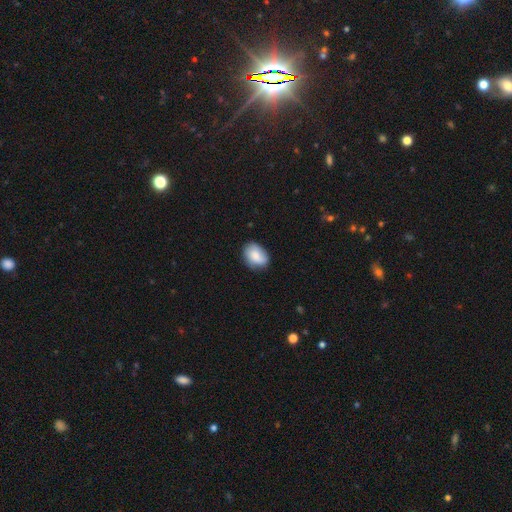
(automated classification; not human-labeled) smooth_or_featured: smooth (p=0.81) [alt: featured or disk p=0.12]
how_rounded: in between (p=0.77) [alt: round p=0.22]
merging: none (p=0.74) [alt: minor disturbance p=0.20]